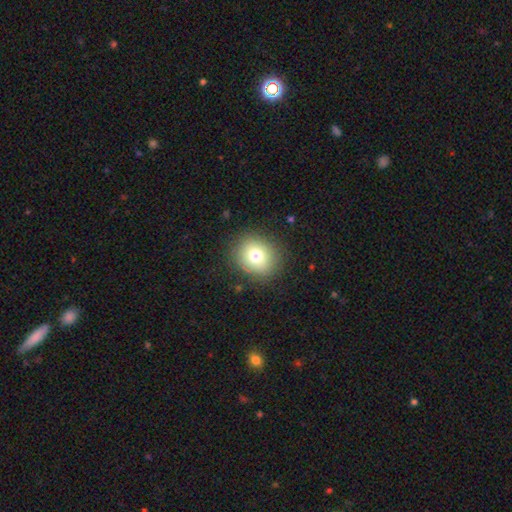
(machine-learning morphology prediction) This appears to be a smooth galaxy with no disk features (76%) that is round (70%). Merging: none (86%).